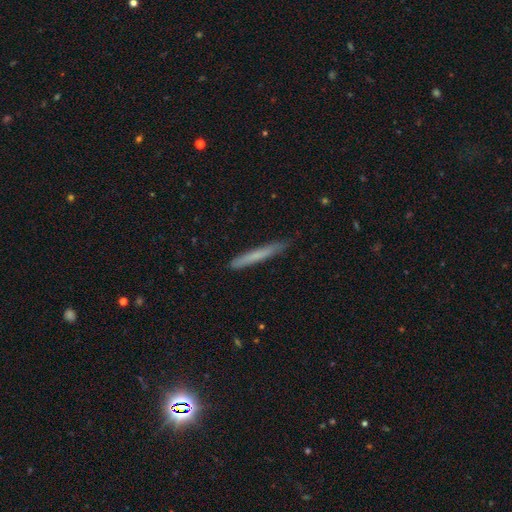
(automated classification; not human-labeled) The model was most divided on "smooth or featured": smooth: 64%, featured or disk: 30%, star or artifact: 6%. More confident: how rounded — cigar-shaped (97%); merging — none (85%).